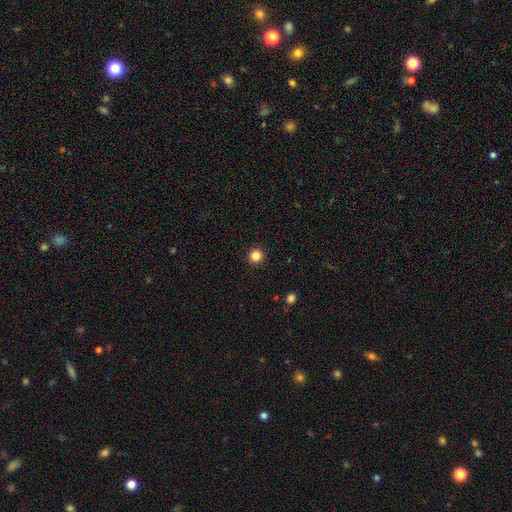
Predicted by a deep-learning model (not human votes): A smooth galaxy with no disk features (84%) that is round (96%).

Vote fractions:
- Smooth or featured? smooth: 84% / star or artifact: 12% / featured or disk: 4%
- How rounded? round: 96% / in between: 3% / cigar-shaped: 1%
- Merging? none: 93% / minor disturbance: 4% / major disturbance: 2% / merger: 1%